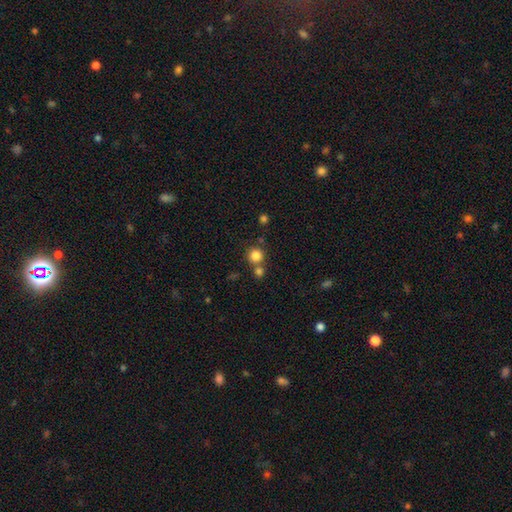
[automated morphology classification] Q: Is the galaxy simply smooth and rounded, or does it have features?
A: smooth — 82%.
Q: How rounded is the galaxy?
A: round — 92%.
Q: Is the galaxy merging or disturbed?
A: none — 64%.